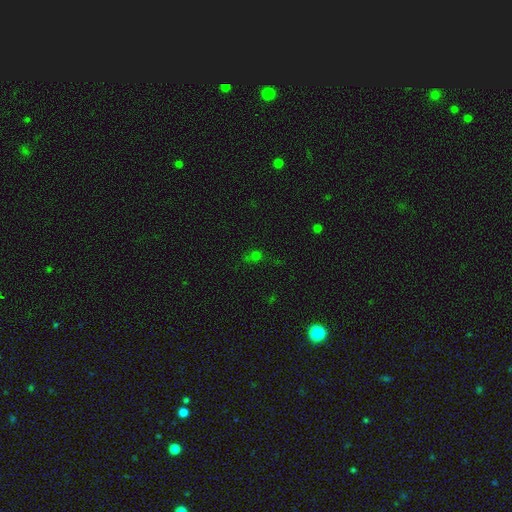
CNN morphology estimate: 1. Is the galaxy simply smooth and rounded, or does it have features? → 53% smooth, 38% star or artifact, 9% featured or disk.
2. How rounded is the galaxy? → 57% round, 39% in between, 3% cigar-shaped.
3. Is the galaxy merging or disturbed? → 59% none, 20% minor disturbance, 12% major disturbance, 10% merger.